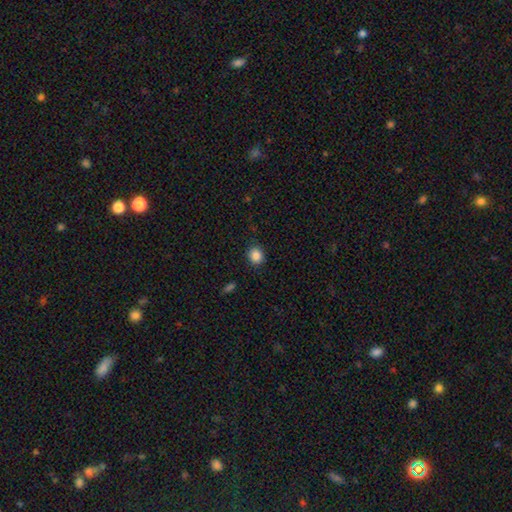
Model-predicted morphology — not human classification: smooth_or_featured: smooth (p=0.86) [alt: star or artifact p=0.10]
how_rounded: round (p=0.76) [alt: in between p=0.23]
merging: none (p=0.88) [alt: minor disturbance p=0.08]